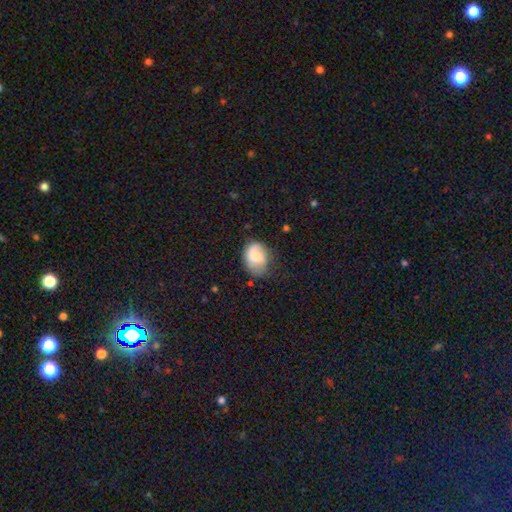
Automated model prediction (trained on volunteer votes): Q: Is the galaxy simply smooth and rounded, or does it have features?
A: smooth — 69%.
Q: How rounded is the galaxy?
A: in between — 63%.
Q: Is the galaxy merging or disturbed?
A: none — 56%.